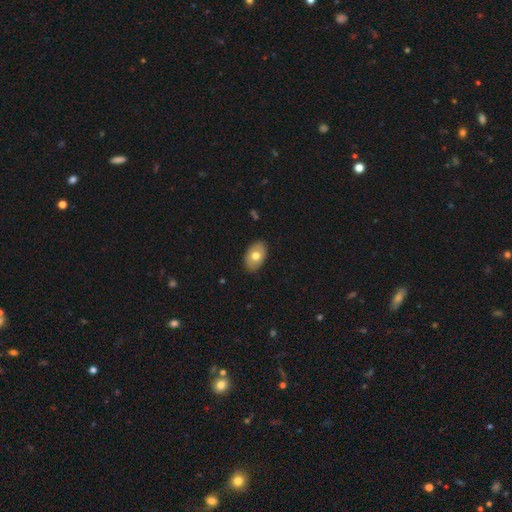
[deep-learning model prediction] Smooth or featured? Predicted: smooth (p=0.69). How rounded? Predicted: in between (p=0.87). Merging? Predicted: none (p=0.87).